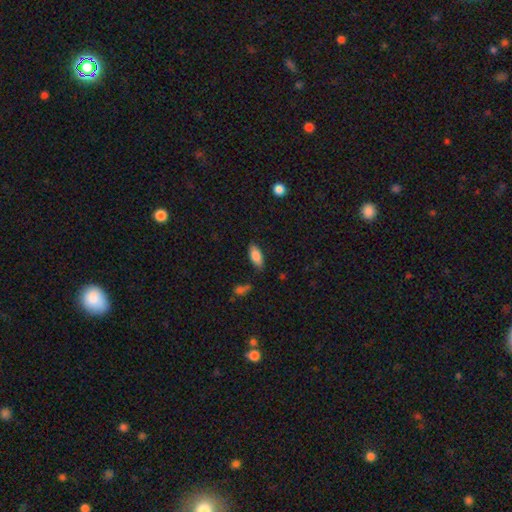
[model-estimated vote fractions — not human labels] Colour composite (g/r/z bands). It shows a smooth galaxy with no disk features (85%) that is in between round and cigar-shaped (86%). Merging: none (77%).